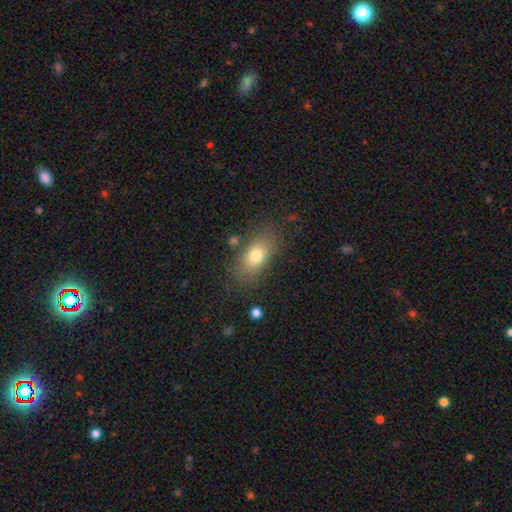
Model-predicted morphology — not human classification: A smooth galaxy with no disk features (76%) that is in between round and cigar-shaped (82%). Merging: none (78%).